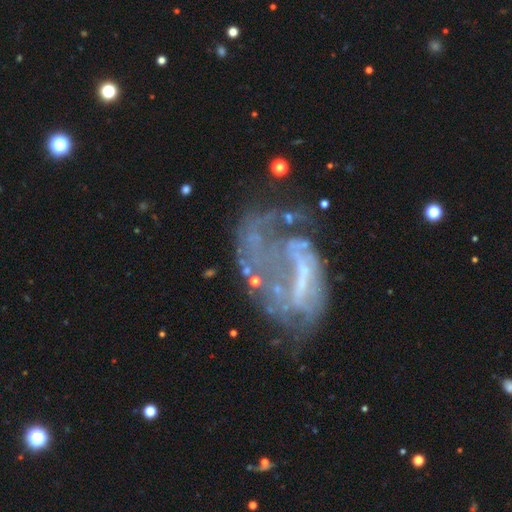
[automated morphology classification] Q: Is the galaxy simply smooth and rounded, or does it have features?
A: featured or disk — 72%.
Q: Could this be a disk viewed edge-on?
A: no — 96%.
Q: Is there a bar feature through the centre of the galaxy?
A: no — 44%.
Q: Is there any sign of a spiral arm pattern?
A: yes — 54%.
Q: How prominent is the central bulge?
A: none — 56%.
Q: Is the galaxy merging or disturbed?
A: major disturbance — 44%.